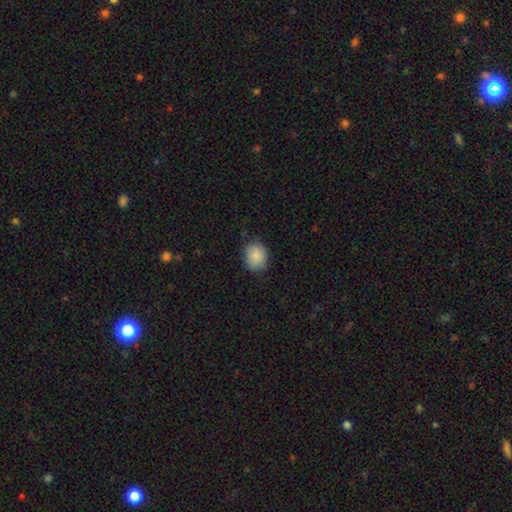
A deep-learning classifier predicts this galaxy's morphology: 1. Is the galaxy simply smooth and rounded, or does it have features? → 89% smooth, 7% star or artifact, 4% featured or disk.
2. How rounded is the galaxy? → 55% round, 44% in between, 1% cigar-shaped.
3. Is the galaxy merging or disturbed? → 81% none, 15% minor disturbance, 3% major disturbance, 1% merger.